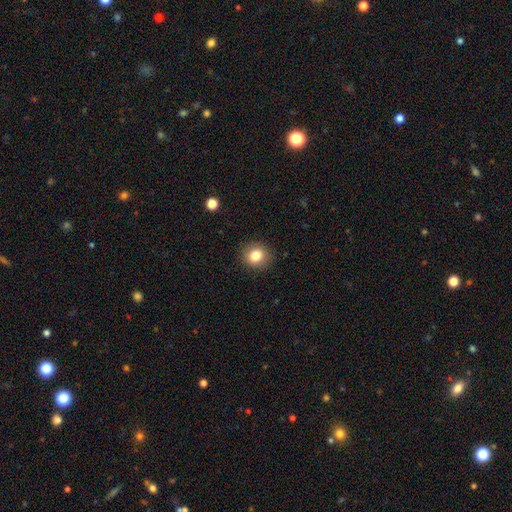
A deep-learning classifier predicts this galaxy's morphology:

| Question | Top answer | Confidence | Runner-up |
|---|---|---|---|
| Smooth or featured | smooth | 82% | star or artifact (10%) |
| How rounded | round | 82% | in between (17%) |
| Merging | none | 90% | minor disturbance (7%) |